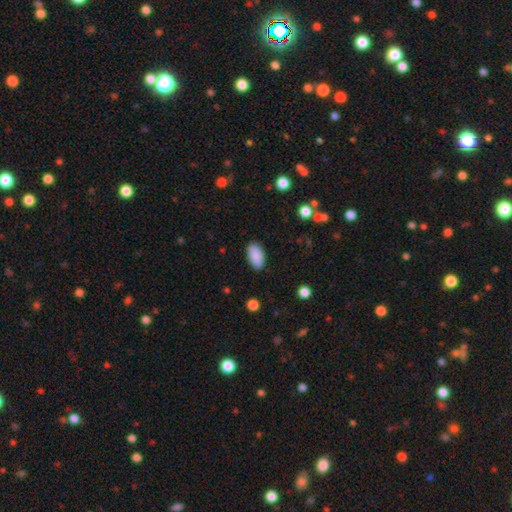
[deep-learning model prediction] A smooth galaxy with no disk features (90%) that is in between round and cigar-shaped (95%).

Vote fractions:
- Smooth or featured? smooth: 90% / star or artifact: 6% / featured or disk: 4%
- How rounded? in between: 95% / cigar-shaped: 3% / round: 3%
- Merging? none: 87% / minor disturbance: 10% / major disturbance: 2% / merger: 1%